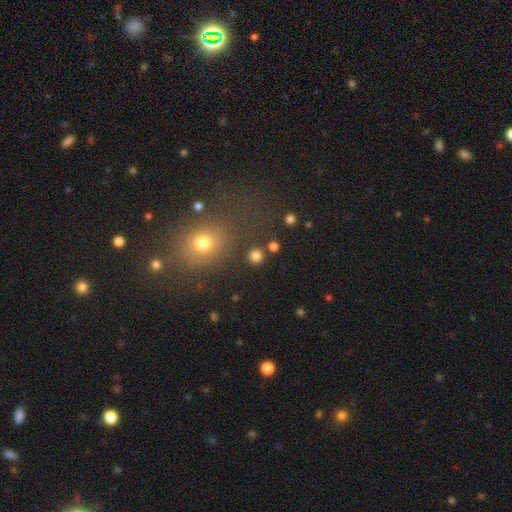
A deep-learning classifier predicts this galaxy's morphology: This is clearly a smooth galaxy (81%). How rounded: clearly round (93%). Merging: clearly none (87%).